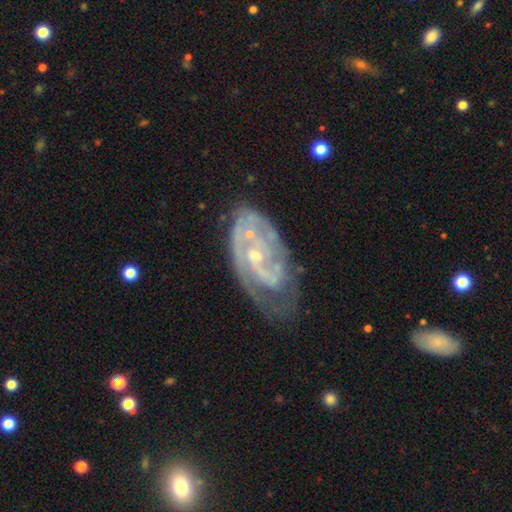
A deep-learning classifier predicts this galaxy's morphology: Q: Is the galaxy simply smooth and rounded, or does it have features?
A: featured or disk — 83%.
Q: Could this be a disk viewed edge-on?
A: no — 96%.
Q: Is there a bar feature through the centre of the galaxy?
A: no — 62%.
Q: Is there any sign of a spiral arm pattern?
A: yes — 87%.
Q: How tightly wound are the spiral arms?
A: tight — 54%.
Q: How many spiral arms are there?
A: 2 — 38%.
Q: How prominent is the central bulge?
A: small — 67%.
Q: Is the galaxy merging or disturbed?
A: none — 48%.